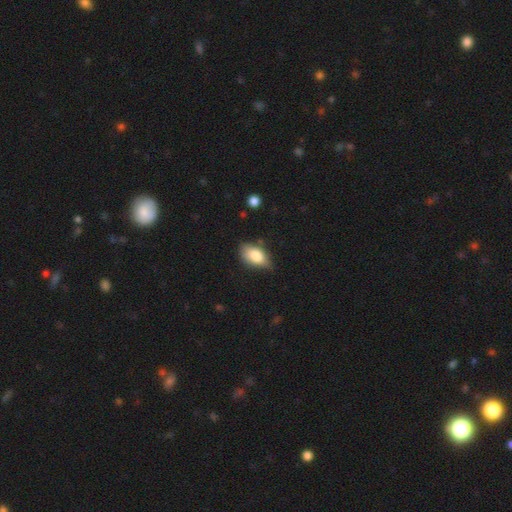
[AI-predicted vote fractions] Smooth or featured: smooth — 82% (featured or disk — 11%)
How rounded: in between — 91% (round — 6%)
Merging: none — 60% (minor disturbance — 32%)